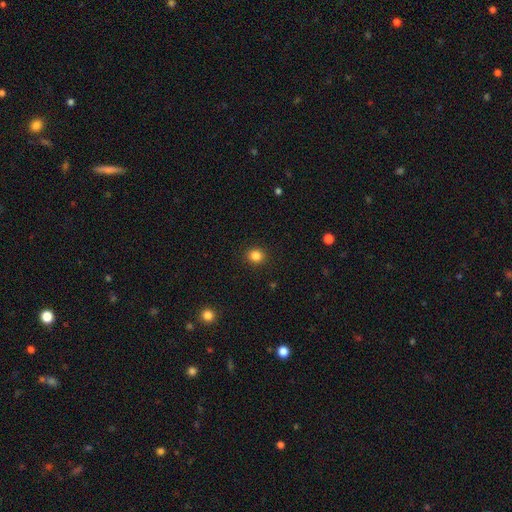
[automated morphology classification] Smooth or featured? smooth (85%)
How rounded? round (83%)
Merging? none (91%)